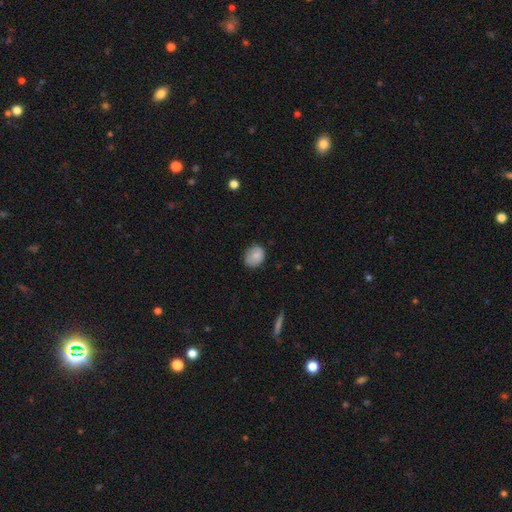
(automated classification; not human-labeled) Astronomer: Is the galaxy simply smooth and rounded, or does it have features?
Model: smooth — 81%.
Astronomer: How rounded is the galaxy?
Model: round — 56% (runner-up: in between, 43%).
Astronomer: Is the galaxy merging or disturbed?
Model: none — 74%.